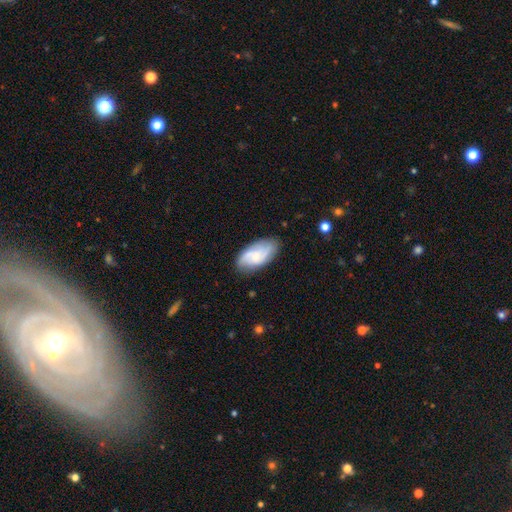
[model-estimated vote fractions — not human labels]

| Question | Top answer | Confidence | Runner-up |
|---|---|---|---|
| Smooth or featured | featured or disk | 51% | smooth (43%) |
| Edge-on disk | no | 94% | yes (6%) |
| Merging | none | 77% | minor disturbance (17%) |